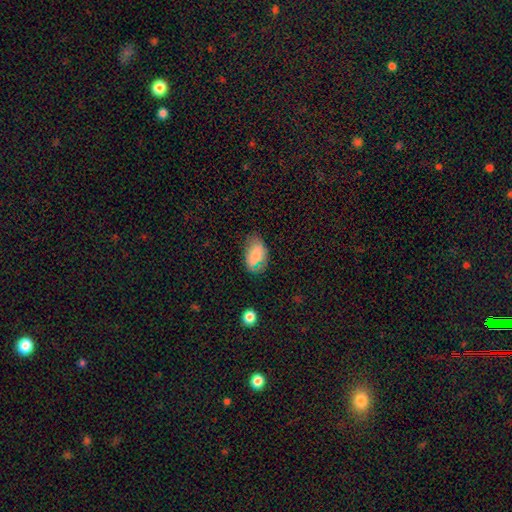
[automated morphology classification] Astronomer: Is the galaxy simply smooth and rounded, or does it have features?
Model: smooth — 78%.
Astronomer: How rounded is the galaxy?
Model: in between — 92%.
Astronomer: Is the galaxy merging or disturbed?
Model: none — 63%.